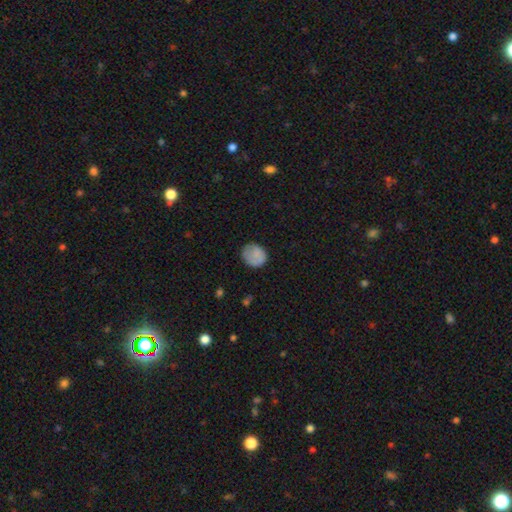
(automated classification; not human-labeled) smooth-or-featured: smooth: 81% | featured or disk: 11% | star or artifact: 8%
  how-rounded: round: 78% | in between: 21% | cigar-shaped: 1%
  merging: none: 72% | minor disturbance: 20% | major disturbance: 7% | merger: 1%